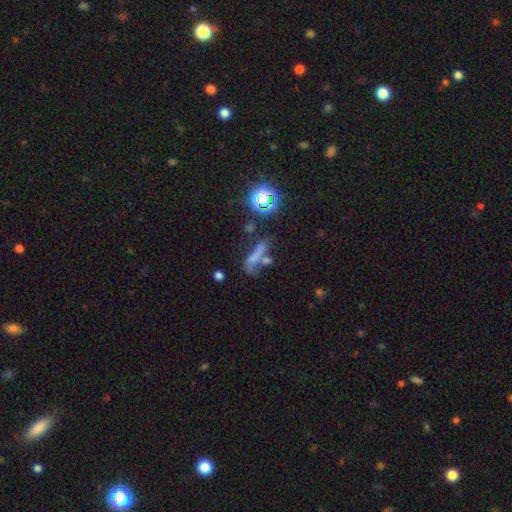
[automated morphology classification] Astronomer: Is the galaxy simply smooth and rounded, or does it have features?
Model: smooth — 47% (runner-up: featured or disk, 28%).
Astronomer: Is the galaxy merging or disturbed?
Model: none — 33%, tied with merger at 33%.